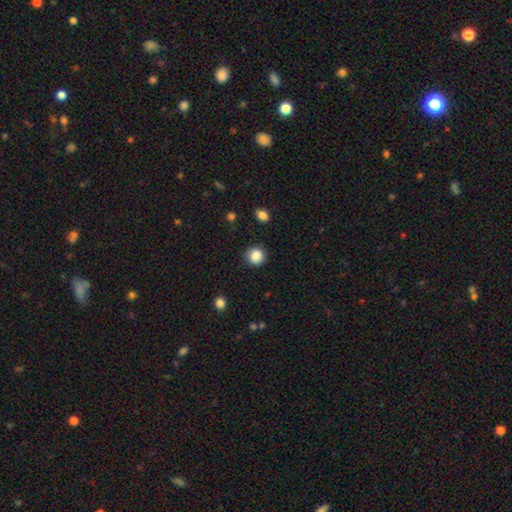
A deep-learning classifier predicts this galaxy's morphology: smooth_or_featured: smooth (p=0.87) [alt: star or artifact p=0.10]
how_rounded: round (p=0.90) [alt: in between p=0.09]
merging: none (p=0.88) [alt: minor disturbance p=0.08]